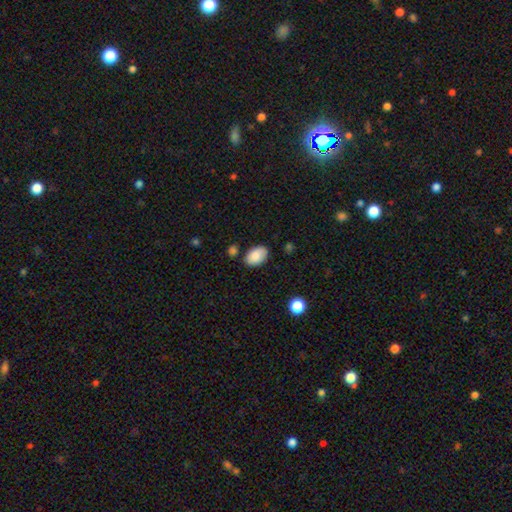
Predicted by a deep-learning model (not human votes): Q: Smooth or featured?
A: smooth (86%); runner-up: star or artifact (7%)
Q: How rounded?
A: in between (89%); runner-up: round (10%)
Q: Merging?
A: none (79%); runner-up: minor disturbance (14%)